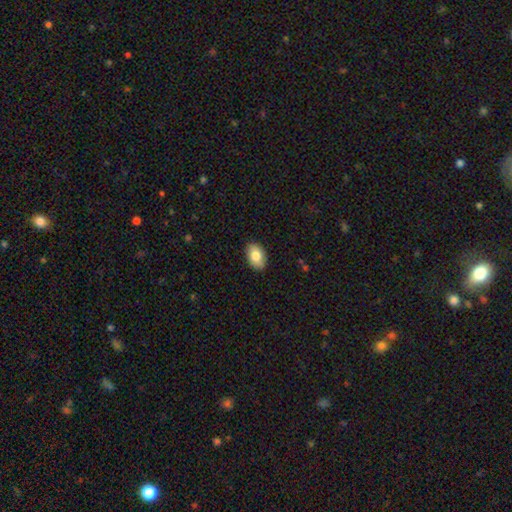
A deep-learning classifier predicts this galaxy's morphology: Smooth or featured? smooth (84%)
How rounded? in between (91%)
Merging? none (89%)